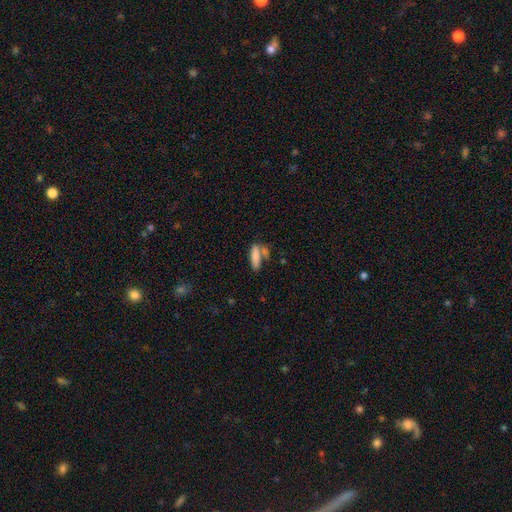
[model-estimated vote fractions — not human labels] This is likely a smooth galaxy (79%). How rounded: possibly in between (50%). Merging: possibly none (47%).